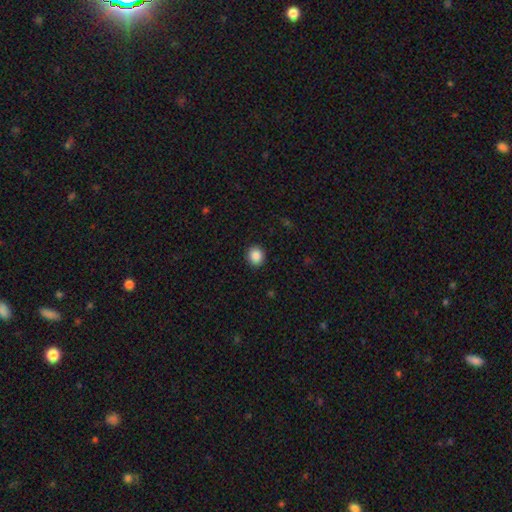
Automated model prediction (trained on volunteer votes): Overall: smooth (87%). How rounded: round (85%). Merging: none (92%).